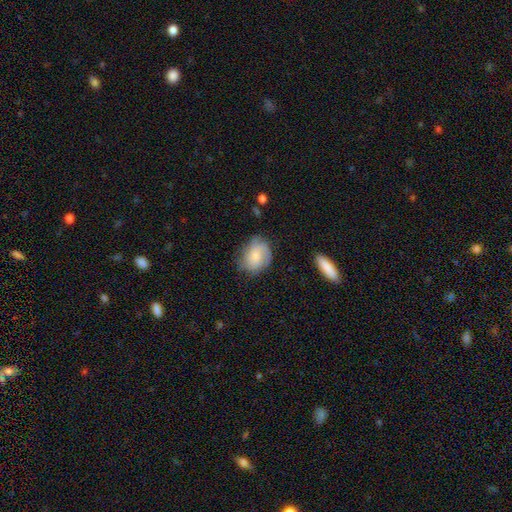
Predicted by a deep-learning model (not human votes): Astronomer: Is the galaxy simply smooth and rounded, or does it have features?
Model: smooth — 47% (runner-up: featured or disk, 45%).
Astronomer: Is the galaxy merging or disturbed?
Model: none — 65%.